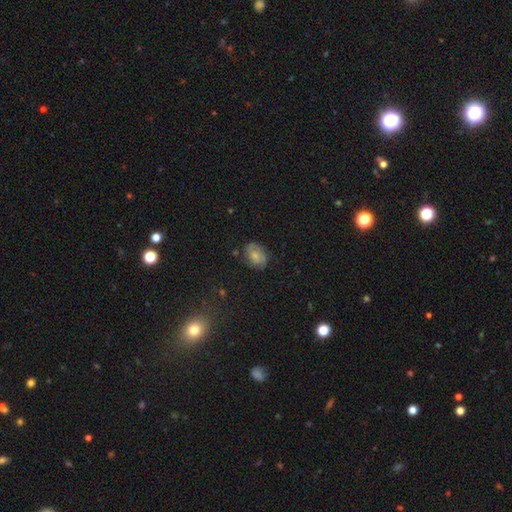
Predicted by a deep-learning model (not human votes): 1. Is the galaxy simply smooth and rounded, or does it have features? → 56% smooth, 34% featured or disk, 10% star or artifact.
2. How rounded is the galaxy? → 73% in between, 26% round, 1% cigar-shaped.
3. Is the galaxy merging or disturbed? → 70% none, 22% minor disturbance, 6% major disturbance, 2% merger.